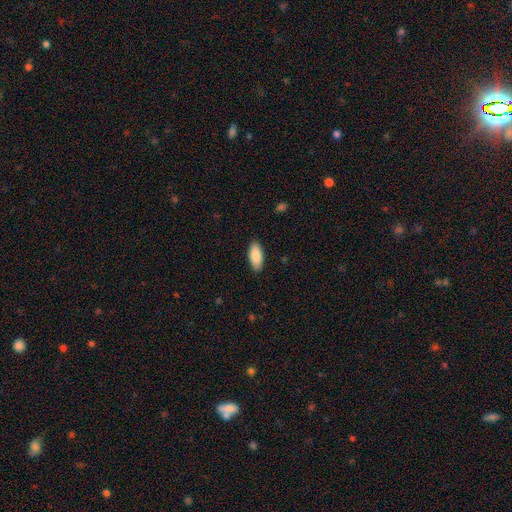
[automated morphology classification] This appears to be a smooth galaxy with no disk features (88%) that is in between round and cigar-shaped (86%). Merging: none (89%).